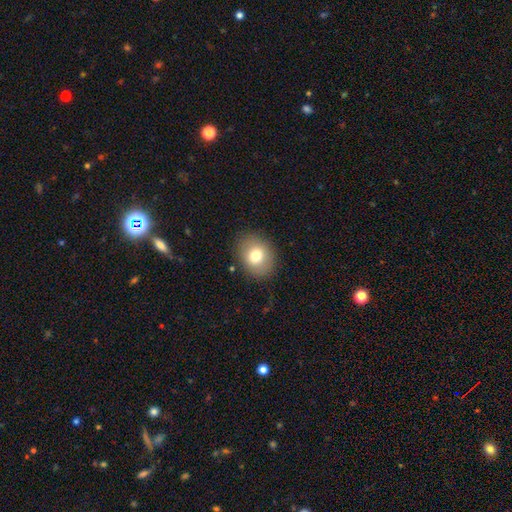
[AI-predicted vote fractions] A smooth galaxy with no disk features (76%) that is round (52%).

Vote fractions:
- Smooth or featured? smooth: 76% / featured or disk: 15% / star or artifact: 9%
- How rounded? round: 52% / in between: 47% / cigar-shaped: 1%
- Merging? none: 85% / minor disturbance: 10% / major disturbance: 3% / merger: 1%